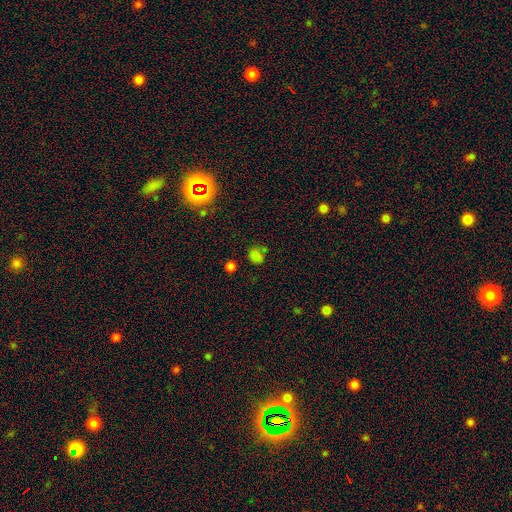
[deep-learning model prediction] Overall: smooth (72%). How rounded: round (66%; in between 32%). Merging: none (68%).